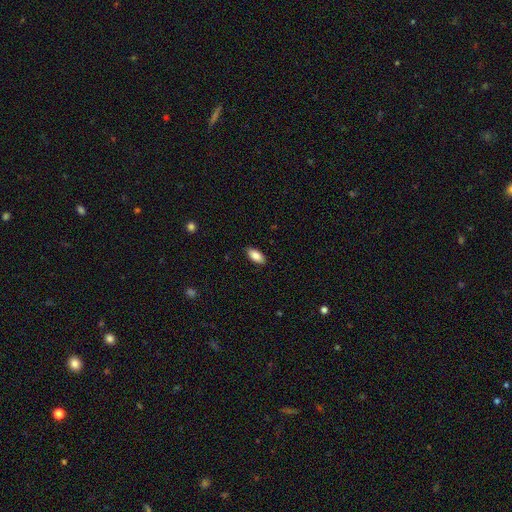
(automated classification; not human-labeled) This is clearly a smooth galaxy (86%). How rounded: clearly in between (90%). Merging: clearly none (89%).